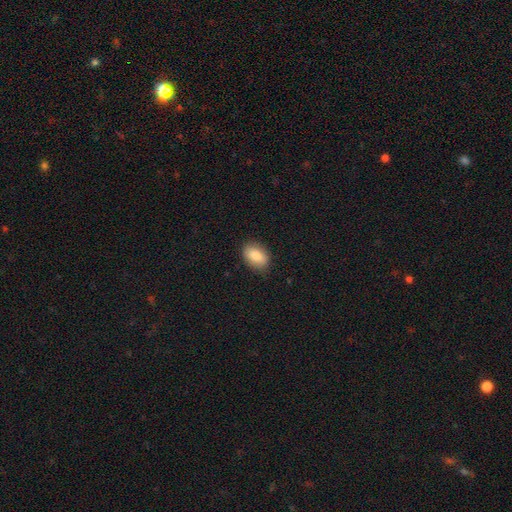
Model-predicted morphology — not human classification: smooth-or-featured: smooth: 83% | featured or disk: 10% | star or artifact: 7%
  how-rounded: in between: 85% | round: 13% | cigar-shaped: 2%
  merging: none: 84% | minor disturbance: 12% | major disturbance: 3% | merger: 1%